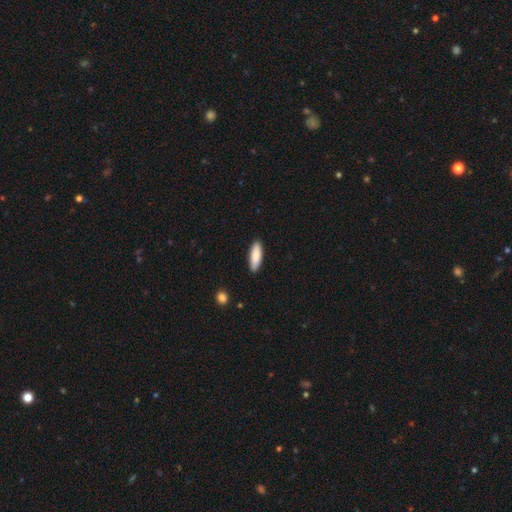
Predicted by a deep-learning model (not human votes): This is clearly a smooth galaxy (86%). How rounded: possibly in between (53%). Merging: clearly none (90%).